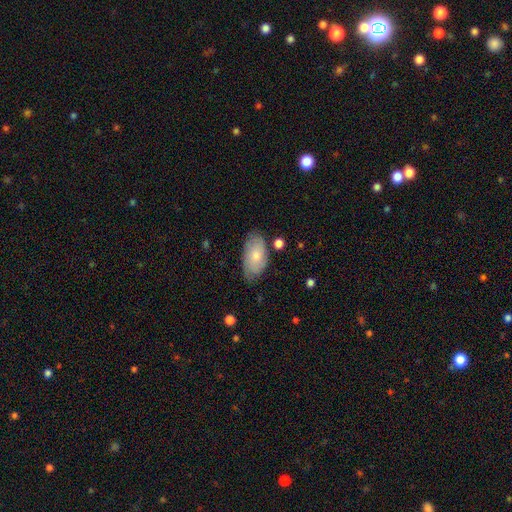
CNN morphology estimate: Smooth or featured? smooth (74%)
How rounded? in between (94%)
Merging? none (70%)